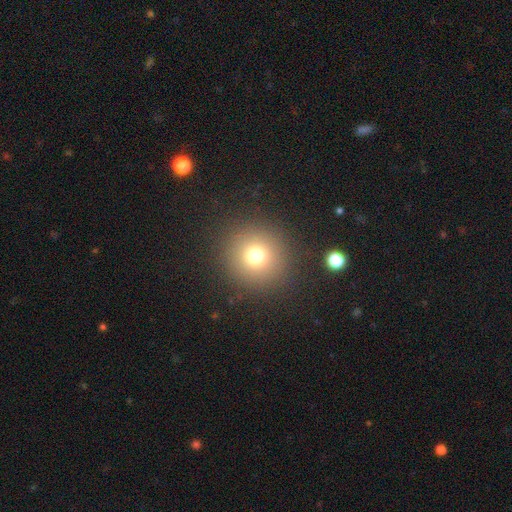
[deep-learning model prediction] A smooth galaxy with no disk features (73%) that is round (95%).

Vote fractions:
- Smooth or featured? smooth: 73% / star or artifact: 18% / featured or disk: 9%
- How rounded? round: 95% / in between: 4% / cigar-shaped: 1%
- Merging? none: 90% / minor disturbance: 6% / major disturbance: 3% / merger: 2%